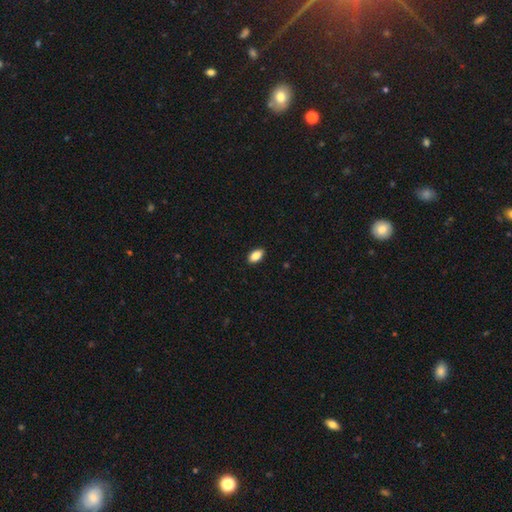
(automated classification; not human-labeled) This is clearly a smooth galaxy (85%). How rounded: clearly in between (91%). Merging: clearly none (90%).